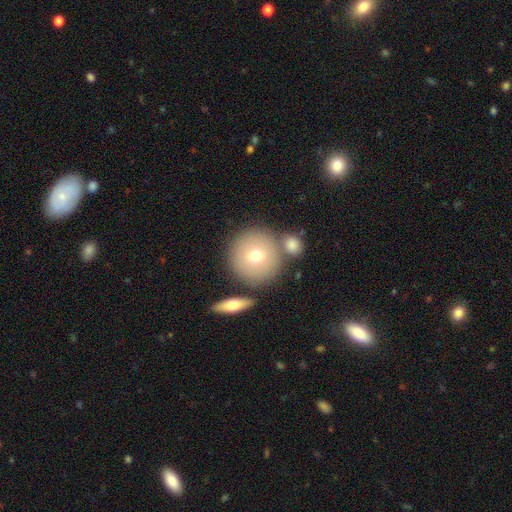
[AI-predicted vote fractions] smooth-or-featured: smooth: 71% | featured or disk: 20% | star or artifact: 9%
  how-rounded: round: 94% | in between: 5% | cigar-shaped: 1%
  merging: none: 72% | merger: 15% | minor disturbance: 9% | major disturbance: 3%